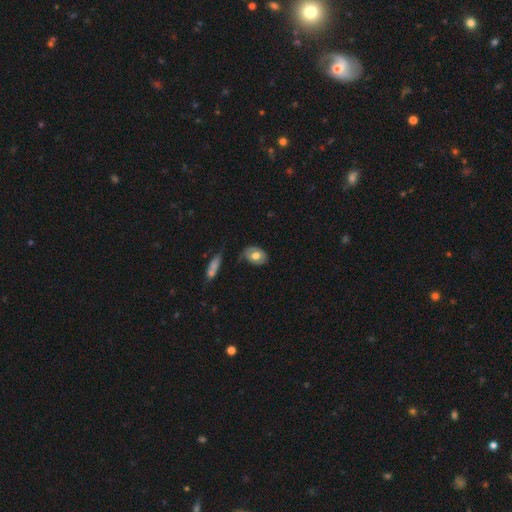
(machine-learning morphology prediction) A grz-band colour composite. It shows a smooth galaxy with no disk features (64%) that is in between round and cigar-shaped (78%). Merging: none (69%).